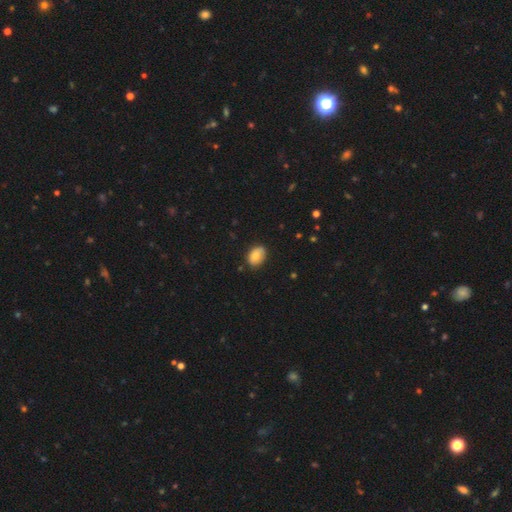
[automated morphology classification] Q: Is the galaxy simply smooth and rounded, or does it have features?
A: smooth — 81%.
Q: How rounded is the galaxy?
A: in between — 79%.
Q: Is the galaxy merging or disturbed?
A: none — 80%.